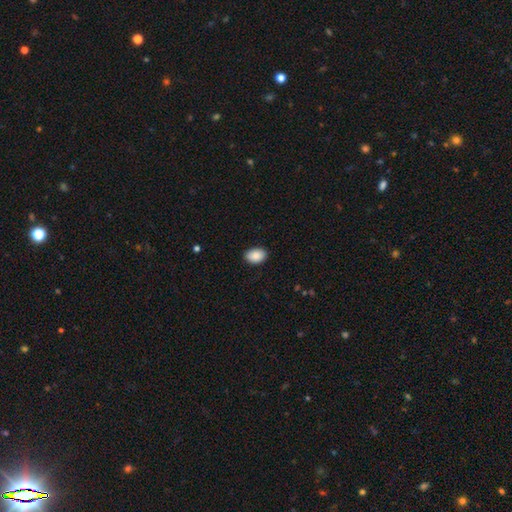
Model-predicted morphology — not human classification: Smooth or featured? smooth (90%)
How rounded? in between (86%)
Merging? none (88%)